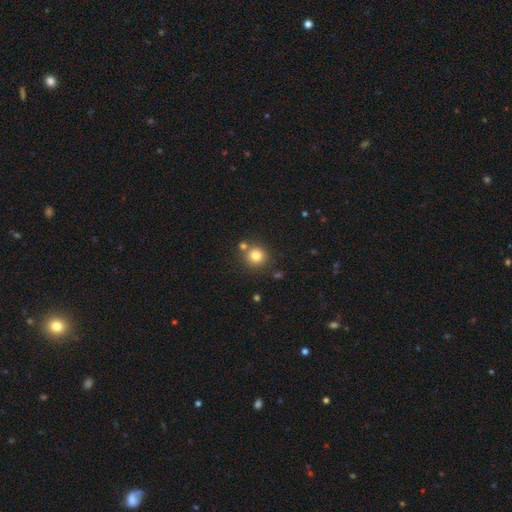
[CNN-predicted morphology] Overall: smooth (79%). How rounded: round (92%). Merging: none (75%).